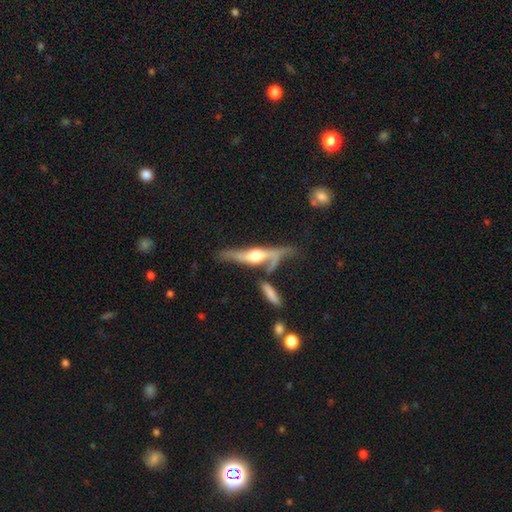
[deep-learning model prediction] Morphology: type=featured or disk (71%); edge-on=yes (82%); edge-on bulge=rounded (88%); merging=none (43%).